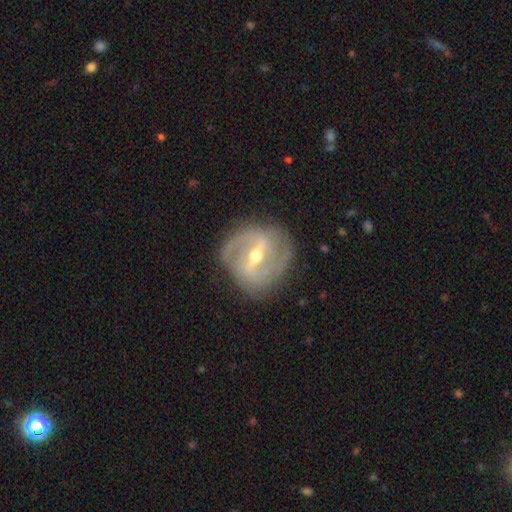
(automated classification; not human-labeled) Morphology: type=featured or disk (87%); edge-on=no (95%); bar=strong (59%); spiral arms=yes (91%); winding=medium (43%); arm count=2 (63%); bulge=moderate (58%); merging=none (78%).